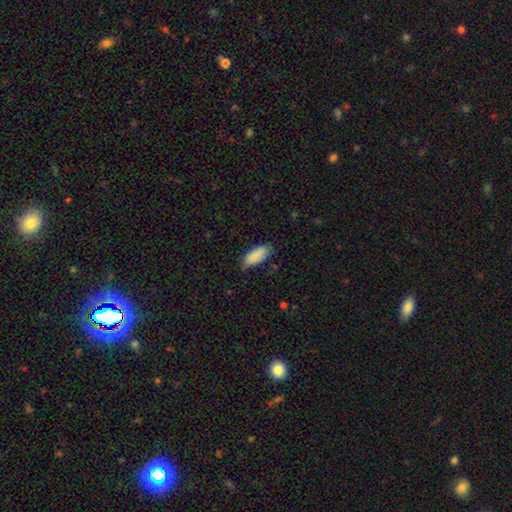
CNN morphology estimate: The model was most divided on "merging": none: 67%, minor disturbance: 27%, major disturbance: 4%, merger: 1%. More confident: smooth or featured — smooth (88%); how rounded — in between (83%).